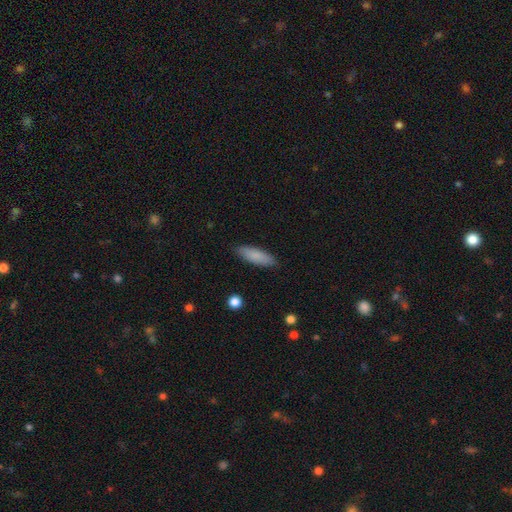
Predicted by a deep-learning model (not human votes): This appears to be a smooth galaxy with no disk features (85%) that is cigar-shaped (51%). Merging: none (88%).